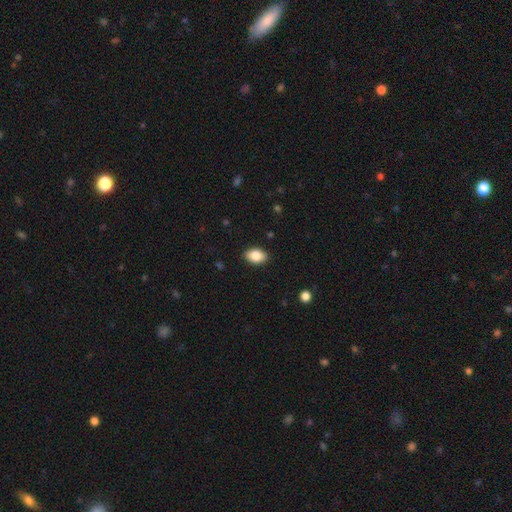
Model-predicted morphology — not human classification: smooth_or_featured: smooth (p=0.85) [alt: star or artifact p=0.07]
how_rounded: in between (p=0.86) [alt: round p=0.13]
merging: none (p=0.88) [alt: minor disturbance p=0.09]